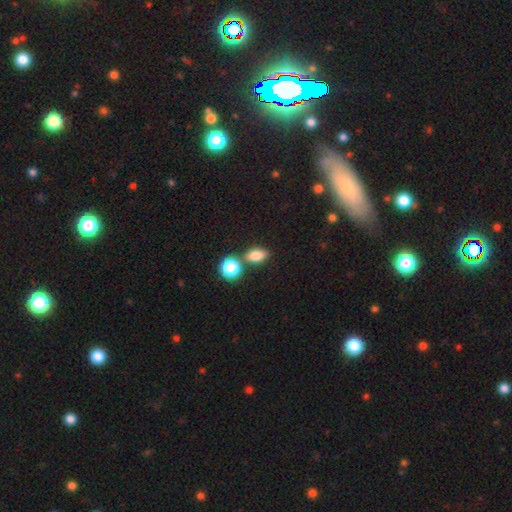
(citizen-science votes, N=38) Overall: smooth (79%). How rounded: in between (77%). Merging: none (58%; merger 39%).